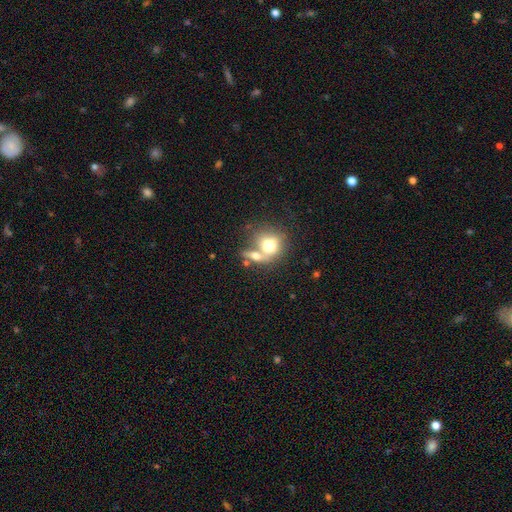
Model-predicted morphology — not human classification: A smooth galaxy with no disk features (67%) that is round (55%). Merging: merger (52%).